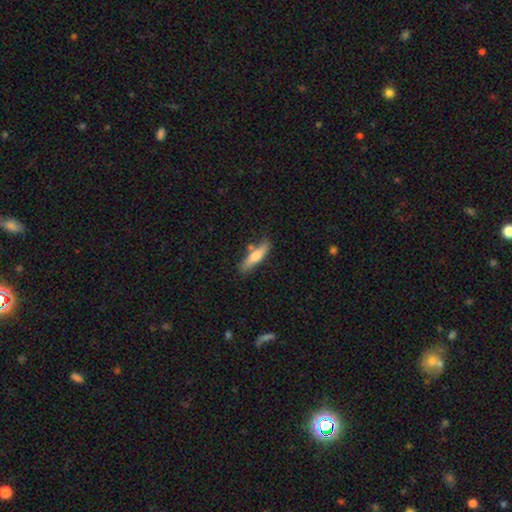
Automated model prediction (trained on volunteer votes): Smooth or featured? smooth (63%)
How rounded? cigar-shaped (74%)
Merging? none (73%)